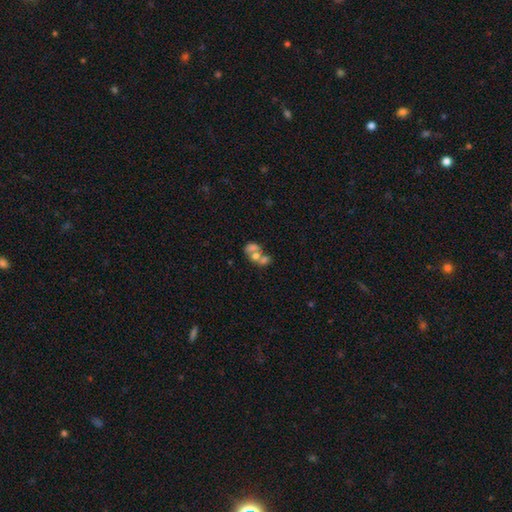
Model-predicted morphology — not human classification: The model was most divided on "smooth or featured": smooth: 54%, featured or disk: 34%, star or artifact: 12%. More confident: merging — merger (69%); how rounded — in between (62%).